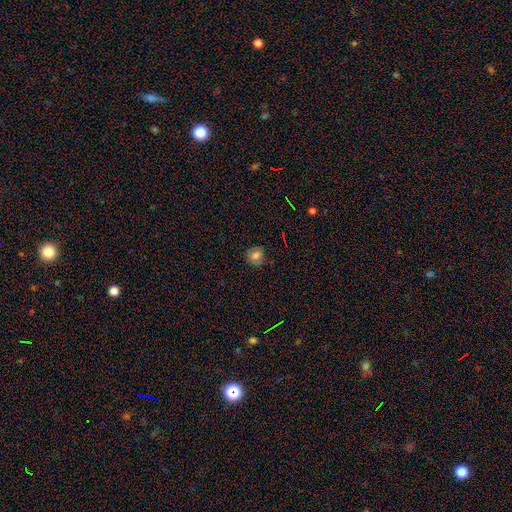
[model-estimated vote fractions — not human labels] The model was most divided on "how rounded": round: 73%, in between: 26%, cigar-shaped: 1%. More confident: merging — none (79%); smooth or featured — smooth (76%).